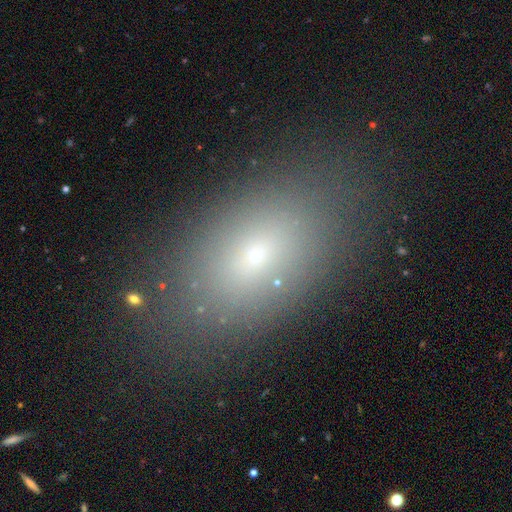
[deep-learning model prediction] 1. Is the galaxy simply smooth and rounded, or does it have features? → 67% smooth, 17% star or artifact, 16% featured or disk.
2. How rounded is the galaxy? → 86% in between, 10% round, 4% cigar-shaped.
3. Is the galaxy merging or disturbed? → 82% none, 11% minor disturbance, 5% major disturbance, 2% merger.